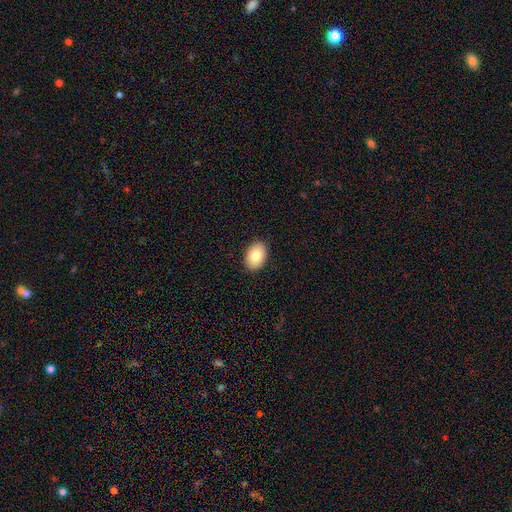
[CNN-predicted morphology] smooth_or_featured: smooth (p=0.82) [alt: featured or disk p=0.11]
how_rounded: in between (p=0.84) [alt: round p=0.15]
merging: none (p=0.89) [alt: minor disturbance p=0.08]